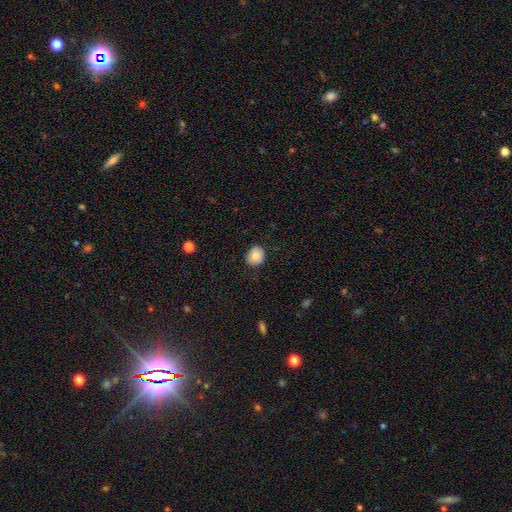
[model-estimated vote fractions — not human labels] Smooth or featured? smooth (78%)
How rounded? round (75%)
Merging? none (83%)